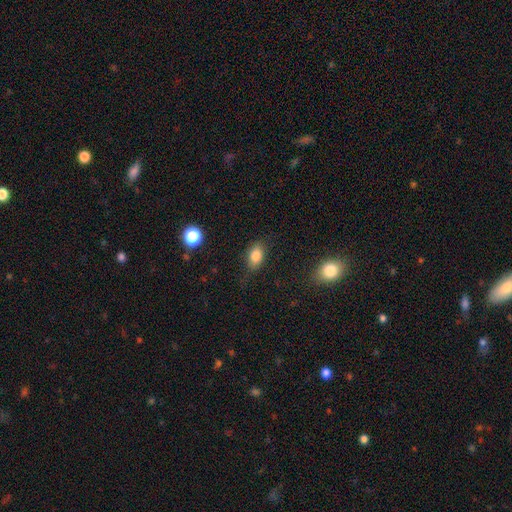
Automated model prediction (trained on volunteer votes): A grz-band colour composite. It shows a smooth galaxy with no disk features (82%) that is in between round and cigar-shaped (83%). Merging: none (80%).